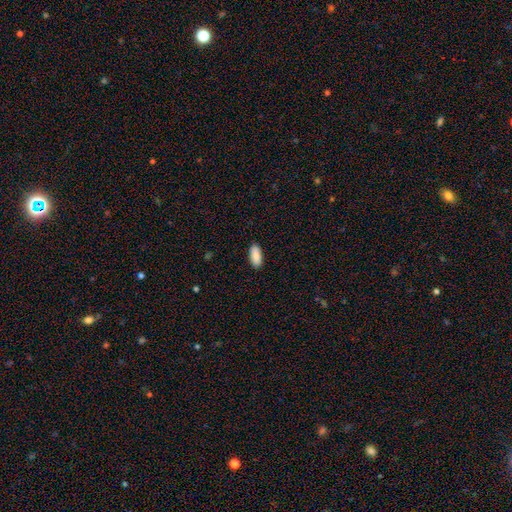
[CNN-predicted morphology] A smooth galaxy with no disk features (89%) that is in between round and cigar-shaped (87%).

Vote fractions:
- Smooth or featured? smooth: 89% / star or artifact: 6% / featured or disk: 5%
- How rounded? in between: 87% / cigar-shaped: 11% / round: 2%
- Merging? none: 89% / minor disturbance: 8% / major disturbance: 2% / merger: 1%